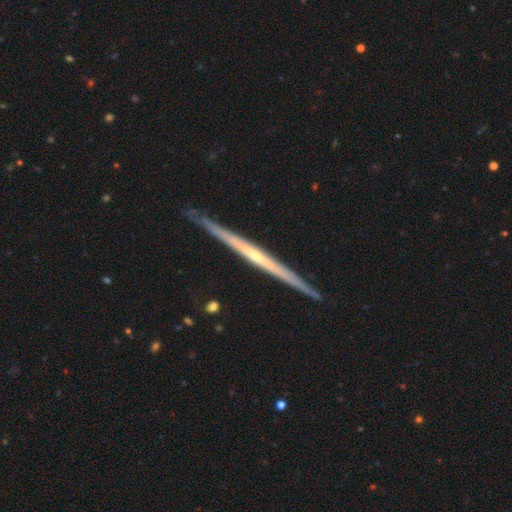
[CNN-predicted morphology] type=featured or disk (79%); edge-on=yes (98%); edge-on bulge=none (60%); merging=none (89%).